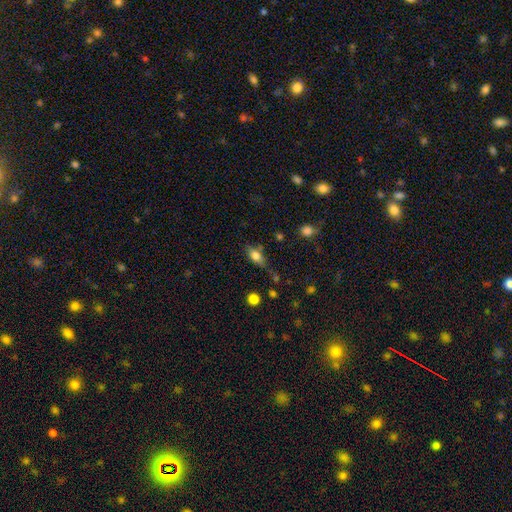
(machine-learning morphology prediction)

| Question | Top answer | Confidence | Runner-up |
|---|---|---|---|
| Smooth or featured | smooth | 77% | featured or disk (14%) |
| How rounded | in between | 79% | round (12%) |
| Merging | none | 61% | minor disturbance (25%) |